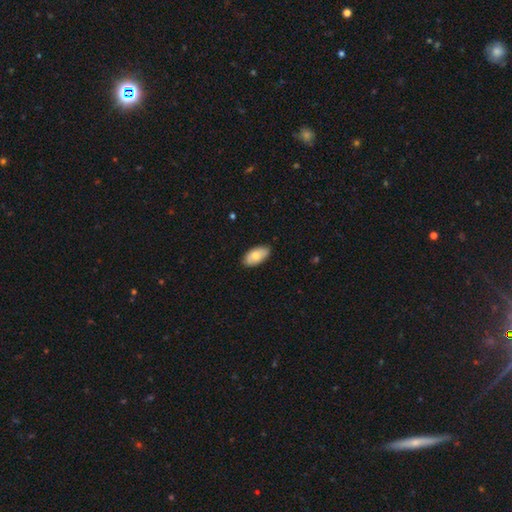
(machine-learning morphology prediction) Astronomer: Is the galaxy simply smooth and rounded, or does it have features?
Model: smooth — 76%.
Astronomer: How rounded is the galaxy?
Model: in between — 94%.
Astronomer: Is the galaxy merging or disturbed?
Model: none — 84%.